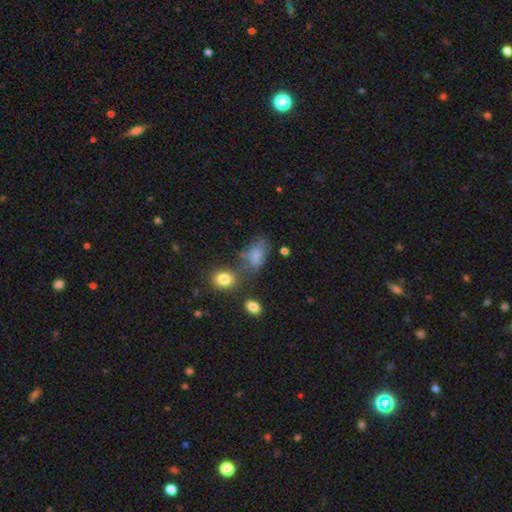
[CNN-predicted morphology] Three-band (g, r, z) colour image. It shows a smooth galaxy with no disk features (72%) that is in between round and cigar-shaped (87%). Merging: none (42%).